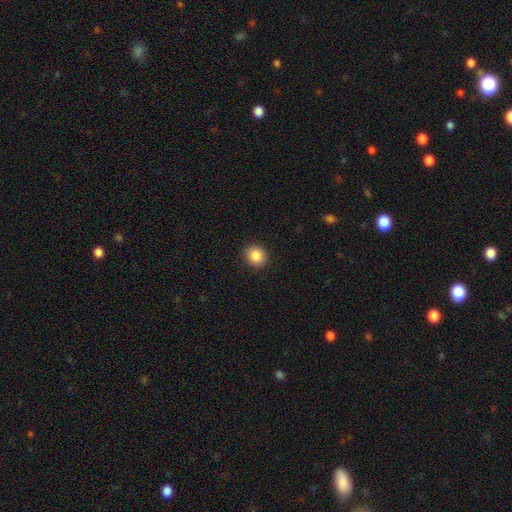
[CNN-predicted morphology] A smooth galaxy with no disk features (87%) that is round (76%). Merging: none (91%).